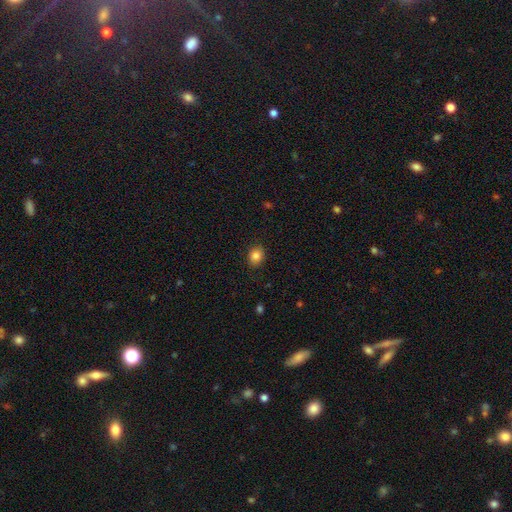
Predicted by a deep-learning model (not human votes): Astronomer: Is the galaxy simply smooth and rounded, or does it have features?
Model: smooth — 84%.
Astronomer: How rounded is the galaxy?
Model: round — 58% (runner-up: in between, 41%).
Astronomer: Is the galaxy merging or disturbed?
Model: none — 89%.